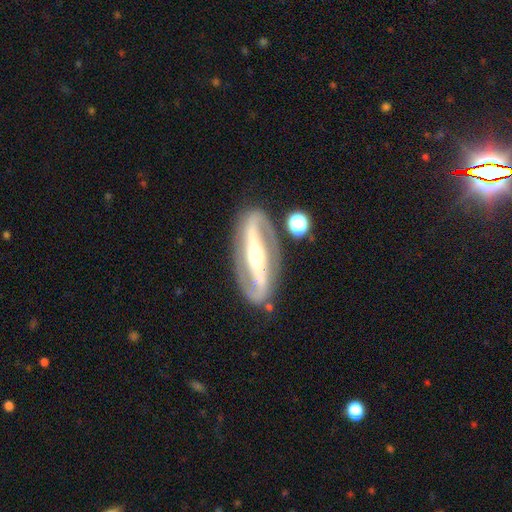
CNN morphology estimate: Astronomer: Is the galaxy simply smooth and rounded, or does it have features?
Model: featured or disk — 89%.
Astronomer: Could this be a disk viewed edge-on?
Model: no — 87%.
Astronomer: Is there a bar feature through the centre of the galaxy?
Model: strong — 74%.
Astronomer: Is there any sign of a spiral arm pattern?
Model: yes — 91%.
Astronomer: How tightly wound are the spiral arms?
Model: medium — 43% (runner-up: tight, 33%).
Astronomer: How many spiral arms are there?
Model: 2 — 92%.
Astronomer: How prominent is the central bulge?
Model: moderate — 59%.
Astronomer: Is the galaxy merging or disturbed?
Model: none — 82%.